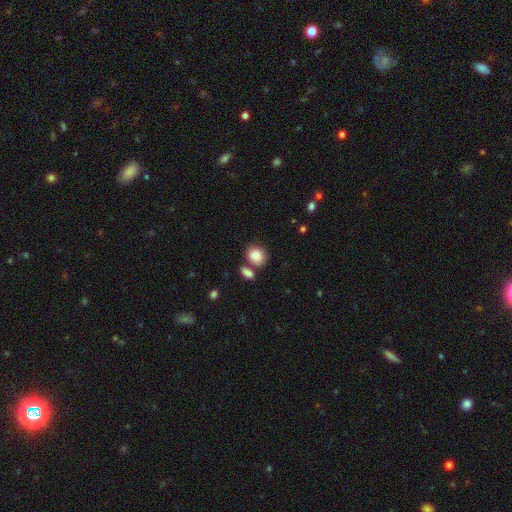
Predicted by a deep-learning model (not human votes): smooth 86%, star or artifact 8%, featured or disk 6%. Down the decision tree: how rounded — round (56%); merging — none (56%).